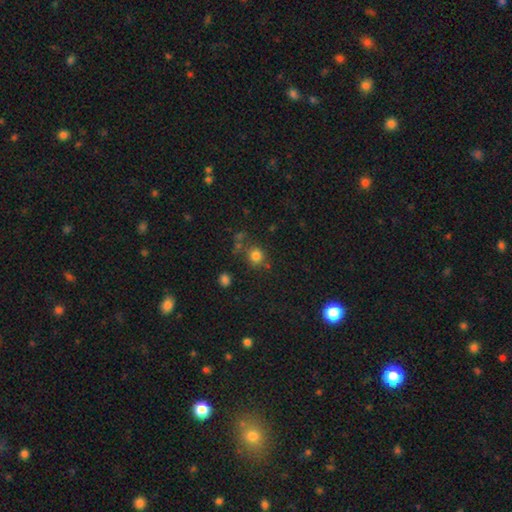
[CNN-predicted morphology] Overall: smooth (78%). How rounded: round (88%). Merging: none (72%).